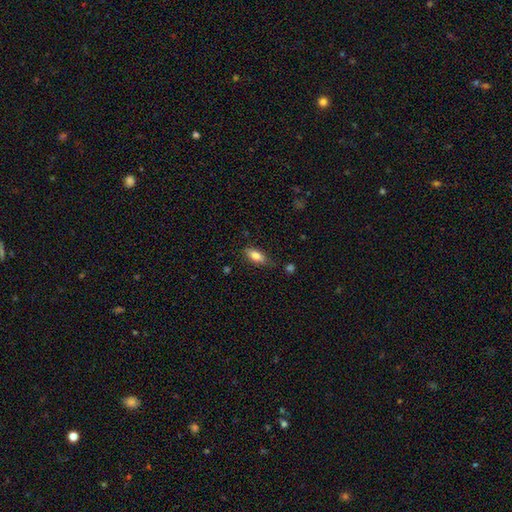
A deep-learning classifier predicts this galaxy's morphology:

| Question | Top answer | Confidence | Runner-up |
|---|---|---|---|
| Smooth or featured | smooth | 77% | featured or disk (16%) |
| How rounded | in between | 79% | cigar-shaped (18%) |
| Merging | none | 77% | minor disturbance (18%) |